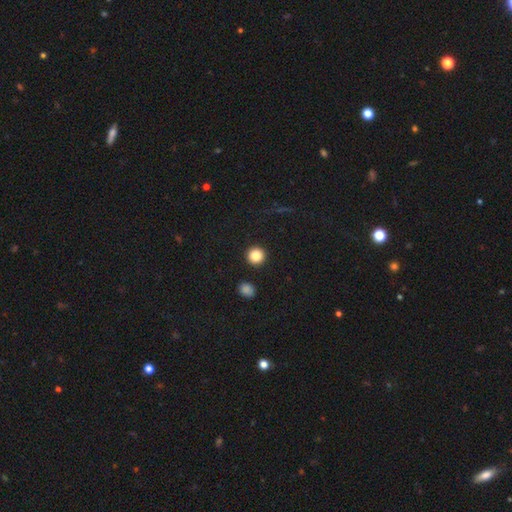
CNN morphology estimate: Smooth or featured: smooth — 86% (star or artifact — 10%)
How rounded: round — 95% (in between — 4%)
Merging: none — 92% (minor disturbance — 4%)